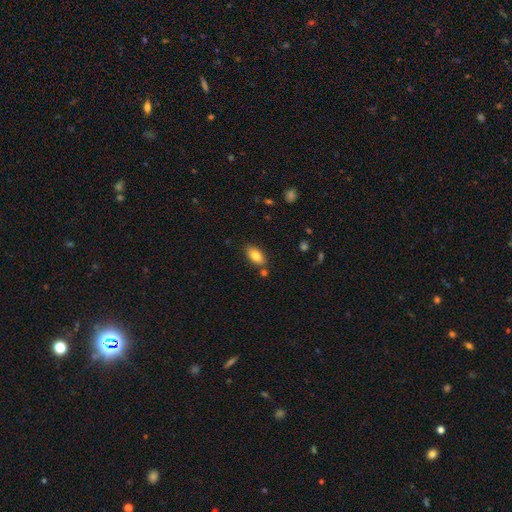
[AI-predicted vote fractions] Smooth or featured?
  - smooth: 81% *
  - featured or disk: 11%
  - star or artifact: 8%
How rounded?
  - in between: 91% *
  - cigar-shaped: 5%
  - round: 4%
Merging?
  - none: 79% *
  - minor disturbance: 12%
  - merger: 6%
  - major disturbance: 3%